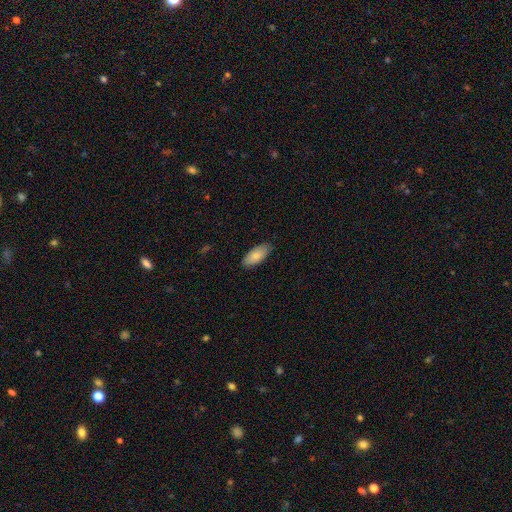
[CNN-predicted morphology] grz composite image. It shows a smooth galaxy with no disk features (86%) that is in between round and cigar-shaped (88%). Merging: none (85%).